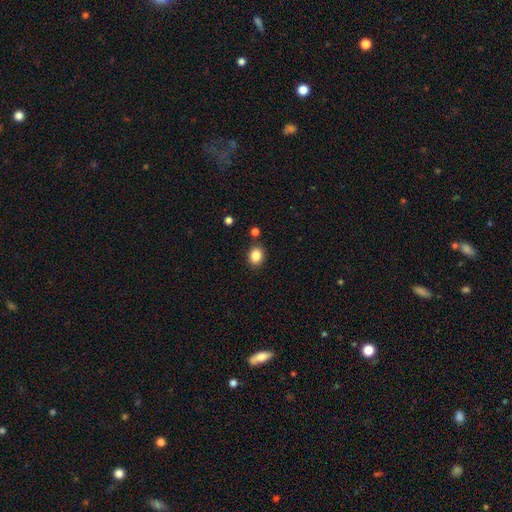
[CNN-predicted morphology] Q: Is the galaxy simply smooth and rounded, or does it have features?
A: smooth — 85%.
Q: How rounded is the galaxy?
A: round — 56%.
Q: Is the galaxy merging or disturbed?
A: none — 84%.